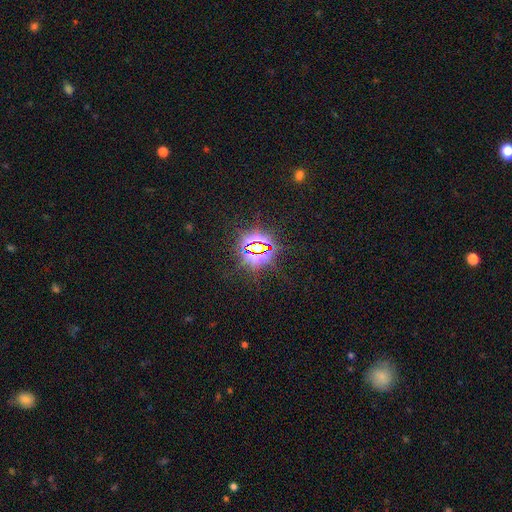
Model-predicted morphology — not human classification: Smooth or featured: star or artifact — 83% (smooth — 9%)